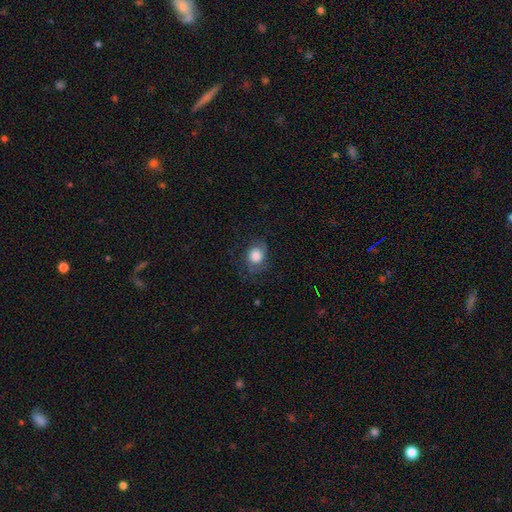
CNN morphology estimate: smooth 69%, featured or disk 23%, star or artifact 9%. Down the decision tree: how rounded — round (63%); merging — none (61%).